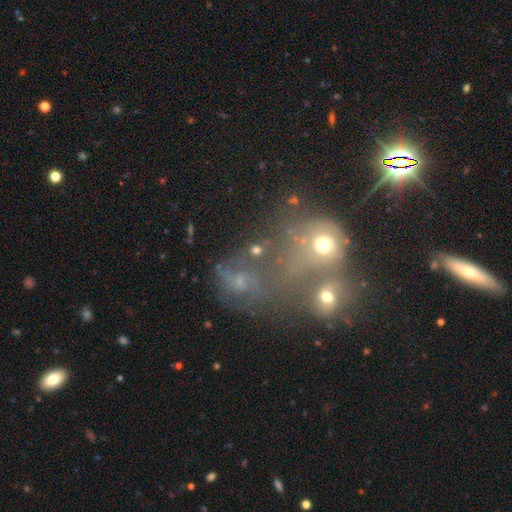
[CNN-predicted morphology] Q: Smooth or featured?
A: star or artifact (42%); runner-up: smooth (35%)